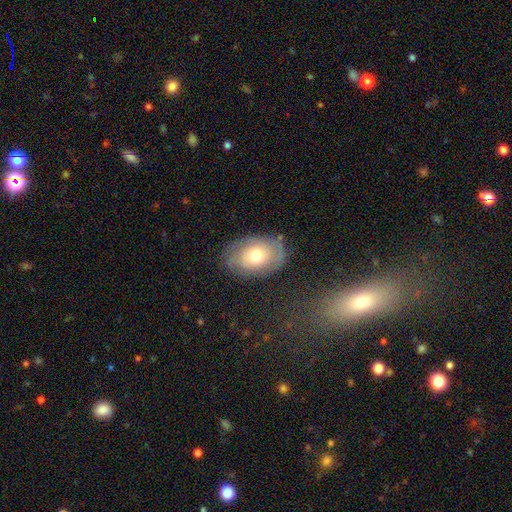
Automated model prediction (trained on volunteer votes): featured or disk 46%, smooth 45%, star or artifact 9%. Down the decision tree: merging — none (73%).